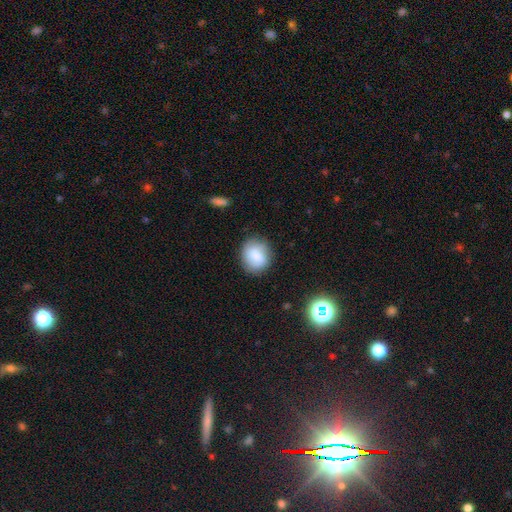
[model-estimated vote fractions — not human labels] Smooth or featured? smooth (78%)
How rounded? round (72%)
Merging? none (80%)